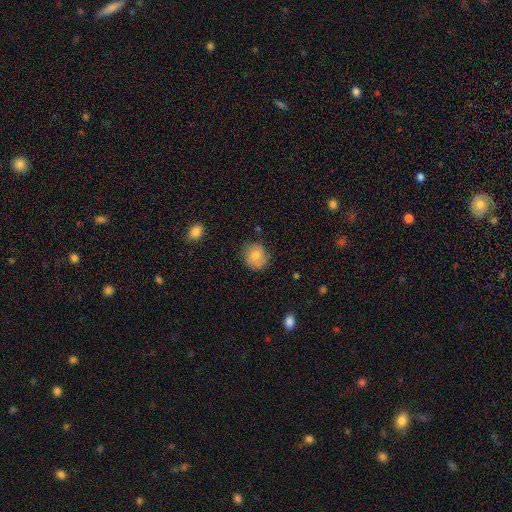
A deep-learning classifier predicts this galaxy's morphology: smooth 76%, featured or disk 16%, star or artifact 8%. Down the decision tree: how rounded — round (80%); merging — none (76%).